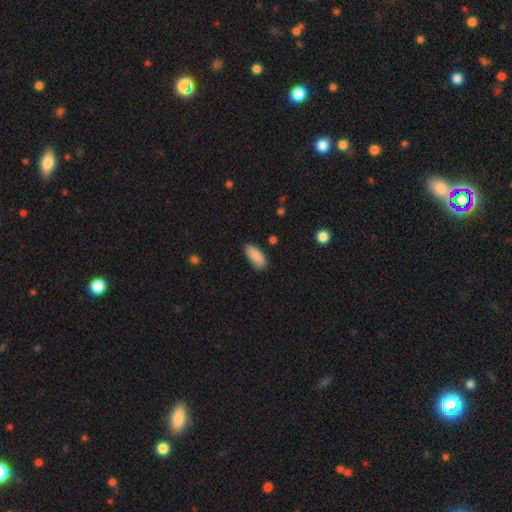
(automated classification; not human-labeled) smooth_or_featured: smooth (p=0.89) [alt: star or artifact p=0.07]
how_rounded: in between (p=0.81) [alt: cigar-shaped p=0.17]
merging: none (p=0.78) [alt: minor disturbance p=0.18]